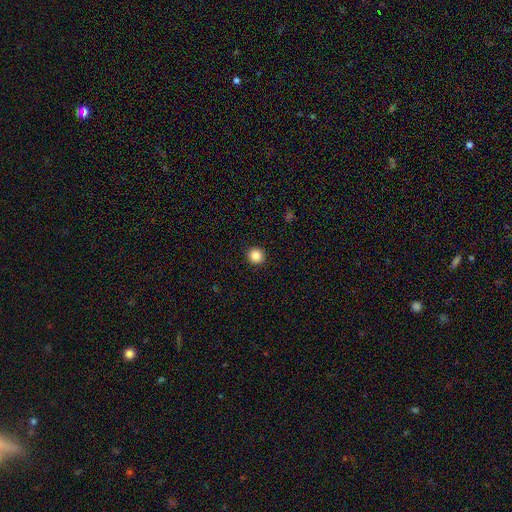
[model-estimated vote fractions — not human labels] Morphology: type=smooth (87%); roundness=round (95%); merging=none (93%).